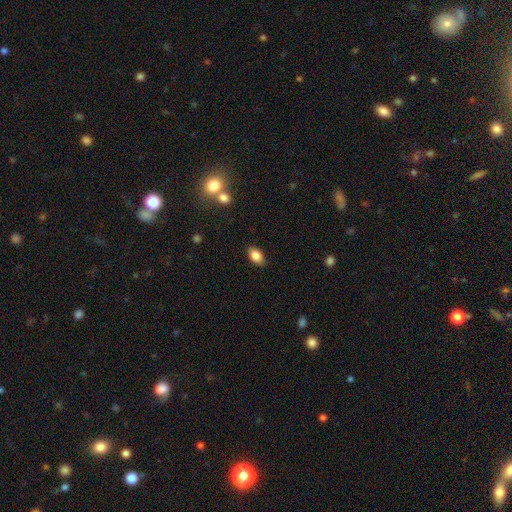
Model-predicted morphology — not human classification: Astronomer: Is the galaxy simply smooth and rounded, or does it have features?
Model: smooth — 86%.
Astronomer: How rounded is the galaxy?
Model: in between — 88%.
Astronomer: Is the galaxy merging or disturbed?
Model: none — 85%.